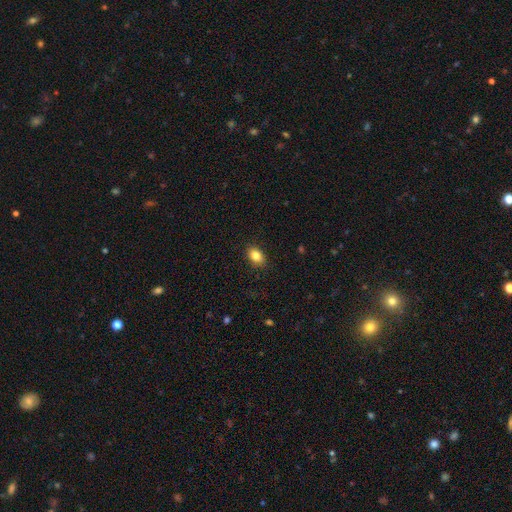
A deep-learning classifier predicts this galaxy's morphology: Q: Smooth or featured?
A: smooth (84%); runner-up: star or artifact (9%)
Q: How rounded?
A: in between (76%); runner-up: round (23%)
Q: Merging?
A: none (87%); runner-up: minor disturbance (9%)